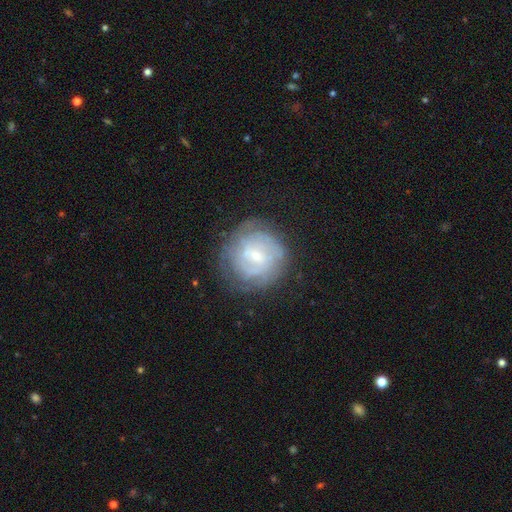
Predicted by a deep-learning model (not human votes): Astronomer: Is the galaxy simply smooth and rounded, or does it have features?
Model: featured or disk — 66%.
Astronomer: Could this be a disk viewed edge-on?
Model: no — 97%.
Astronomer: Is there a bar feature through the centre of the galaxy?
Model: weak — 50% (runner-up: no, 40%).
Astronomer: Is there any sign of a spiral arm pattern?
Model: yes — 80%.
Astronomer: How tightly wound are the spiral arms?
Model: tight — 68%.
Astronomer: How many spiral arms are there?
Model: can't tell — 58%.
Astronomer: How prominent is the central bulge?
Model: small — 71%.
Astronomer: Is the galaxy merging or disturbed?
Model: none — 76%.